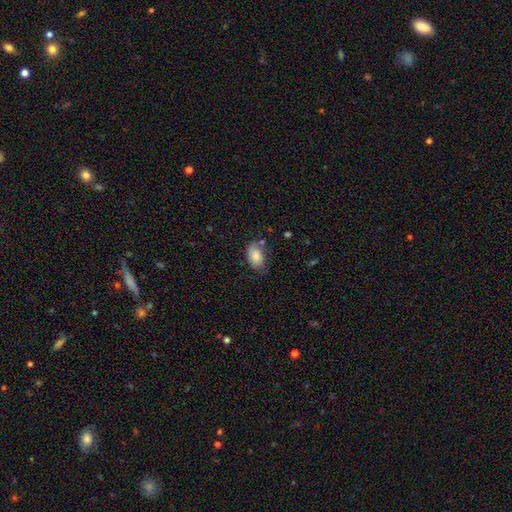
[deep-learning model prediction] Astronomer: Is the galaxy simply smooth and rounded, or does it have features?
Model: smooth — 82%.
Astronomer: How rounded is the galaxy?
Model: in between — 92%.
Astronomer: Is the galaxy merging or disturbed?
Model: none — 60%.